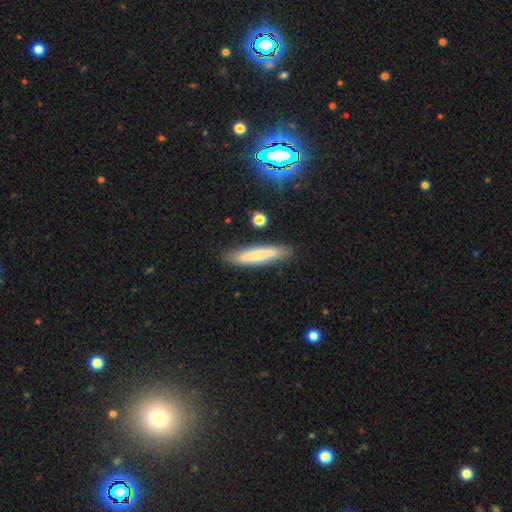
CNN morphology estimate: Q: Smooth or featured?
A: smooth (68%); runner-up: featured or disk (24%)
Q: How rounded?
A: cigar-shaped (85%); runner-up: in between (13%)
Q: Merging?
A: none (85%); runner-up: minor disturbance (11%)